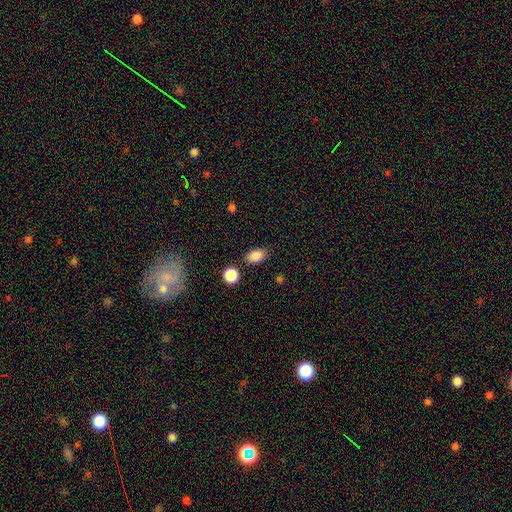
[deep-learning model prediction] A smooth galaxy with no disk features (86%) that is in between round and cigar-shaped (85%). Merging: none (80%).